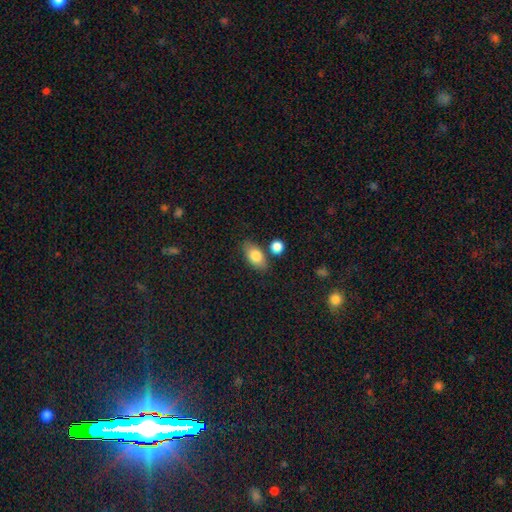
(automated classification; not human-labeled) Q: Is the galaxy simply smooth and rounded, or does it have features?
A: smooth — 80%.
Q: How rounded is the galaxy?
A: in between — 89%.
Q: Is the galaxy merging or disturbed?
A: none — 75%.